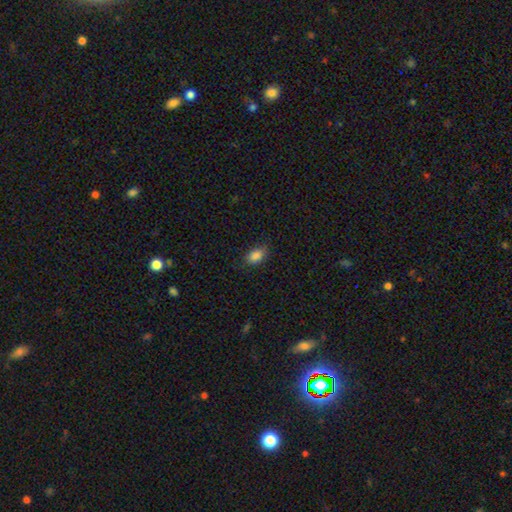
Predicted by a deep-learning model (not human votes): A smooth galaxy with no disk features (87%) that is in between round and cigar-shaped (86%). Merging: none (77%).